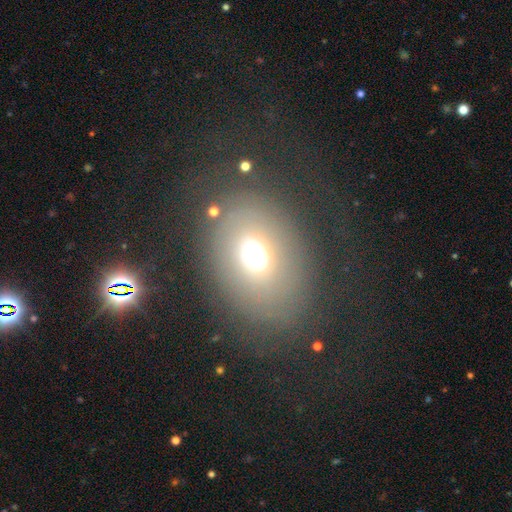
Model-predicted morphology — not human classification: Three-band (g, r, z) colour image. It shows a smooth galaxy with no disk features (61%) that is in between round and cigar-shaped (58%). Merging: none (69%).